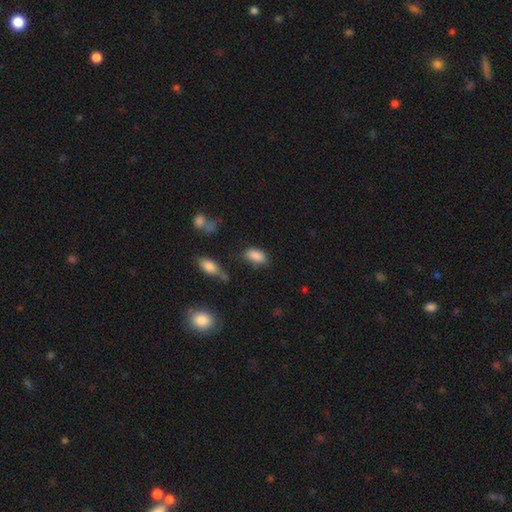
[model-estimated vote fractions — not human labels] Smooth or featured: smooth — 86% (star or artifact — 9%)
How rounded: in between — 92% (round — 6%)
Merging: none — 61% (minor disturbance — 26%)